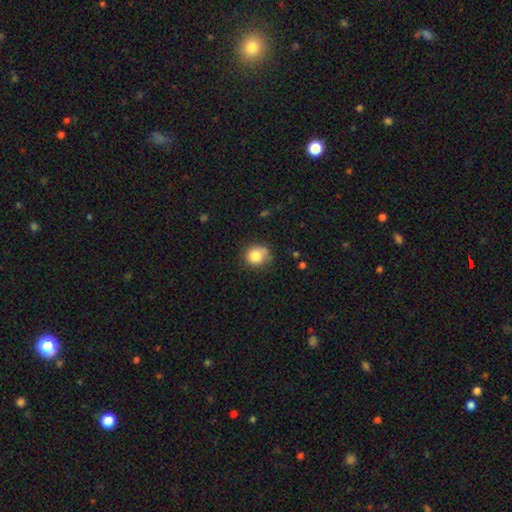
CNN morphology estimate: A smooth galaxy with no disk features (82%) that is round (81%). Merging: none (65%).